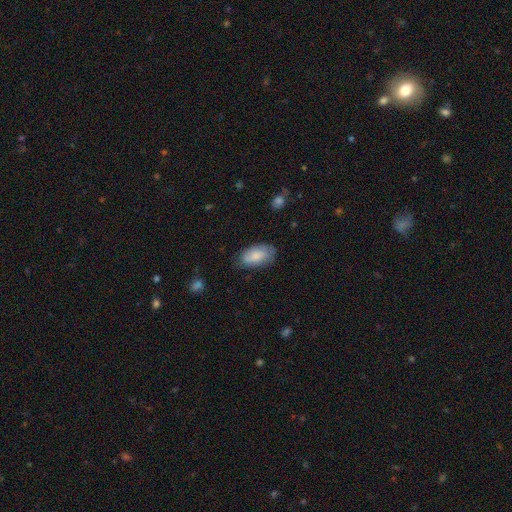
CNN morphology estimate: This is likely a smooth galaxy (73%). How rounded: clearly in between (94%). Merging: likely none (71%).